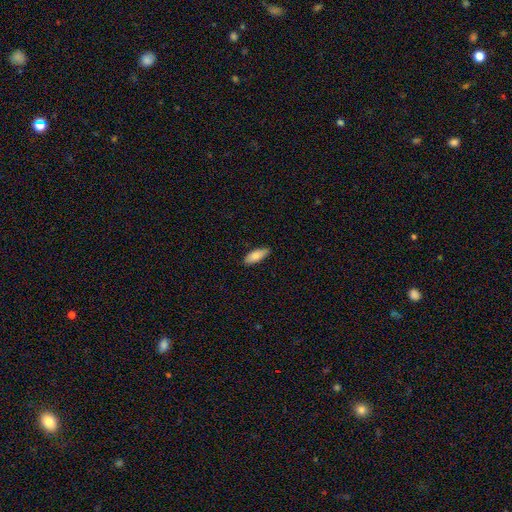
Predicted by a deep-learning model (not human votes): Overall: smooth (84%). How rounded: in between (75%). Merging: none (85%).